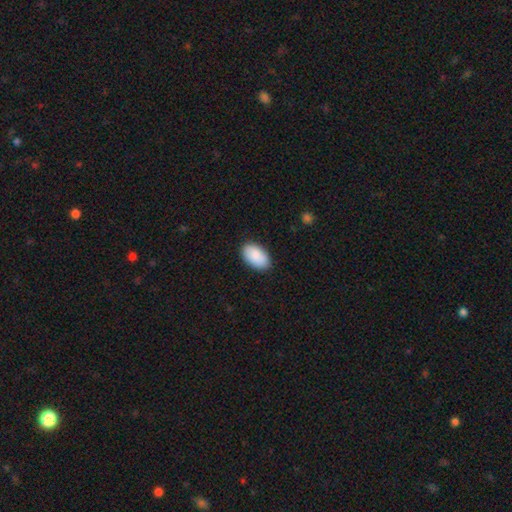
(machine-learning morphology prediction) type=smooth (89%); roundness=in between (95%); merging=none (88%).